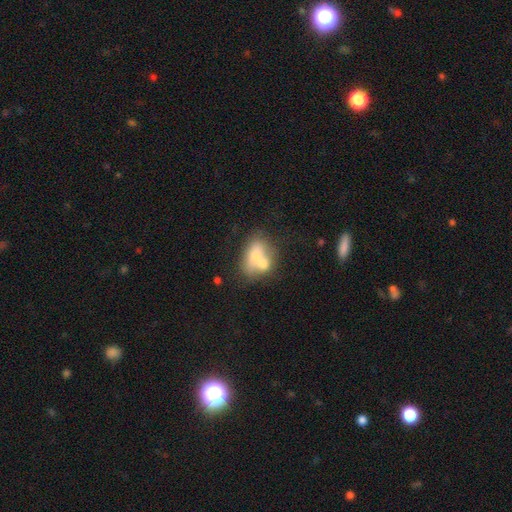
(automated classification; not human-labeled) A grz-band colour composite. It shows a smooth galaxy with no disk features (61%) that is in between round and cigar-shaped (67%). Merging: merger (63%).